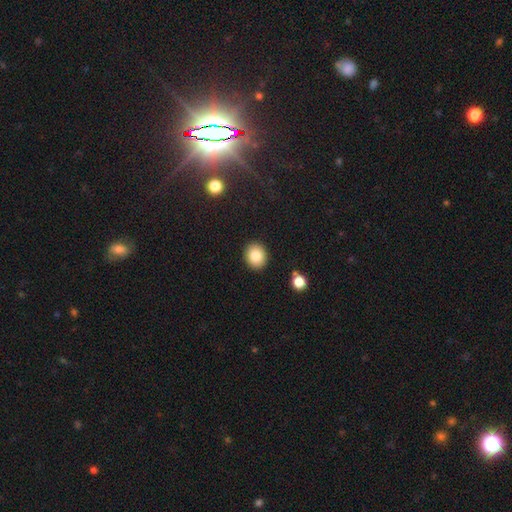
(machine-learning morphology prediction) Q: Smooth or featured?
A: smooth (84%); runner-up: star or artifact (9%)
Q: How rounded?
A: round (68%); runner-up: in between (31%)
Q: Merging?
A: none (90%); runner-up: minor disturbance (6%)